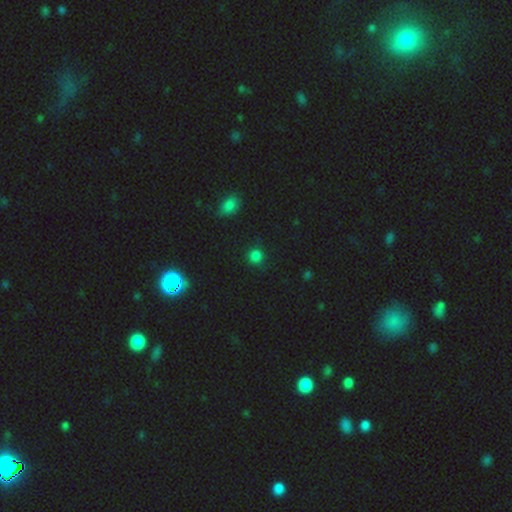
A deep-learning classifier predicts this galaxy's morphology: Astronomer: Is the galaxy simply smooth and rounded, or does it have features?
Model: smooth — 75%.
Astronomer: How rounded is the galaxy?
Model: round — 90%.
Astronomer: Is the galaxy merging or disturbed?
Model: none — 85%.